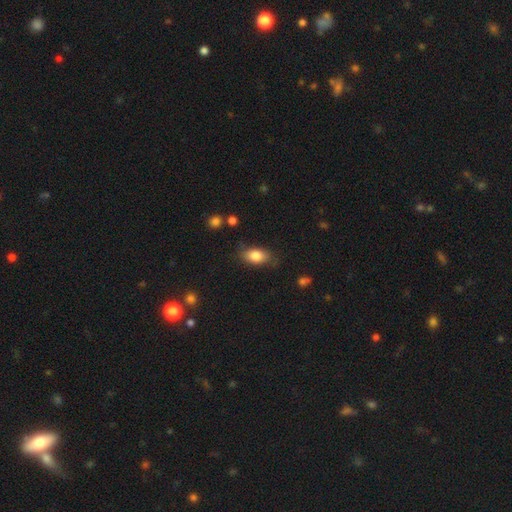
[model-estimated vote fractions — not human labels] Smooth or featured? smooth (82%)
How rounded? in between (89%)
Merging? none (75%)